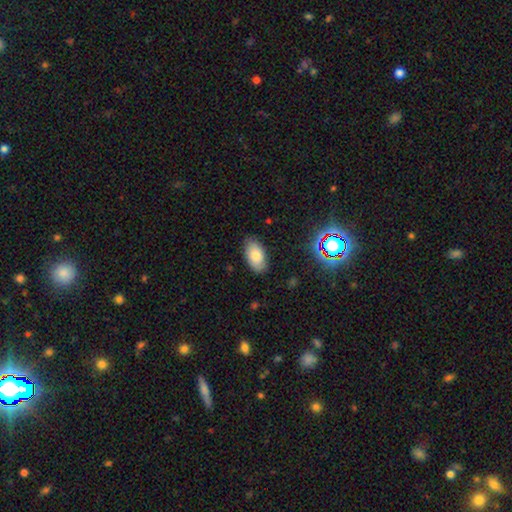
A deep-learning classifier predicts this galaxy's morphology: Smooth or featured: smooth — 80% (featured or disk — 11%)
How rounded: in between — 94% (round — 4%)
Merging: none — 84% (minor disturbance — 13%)